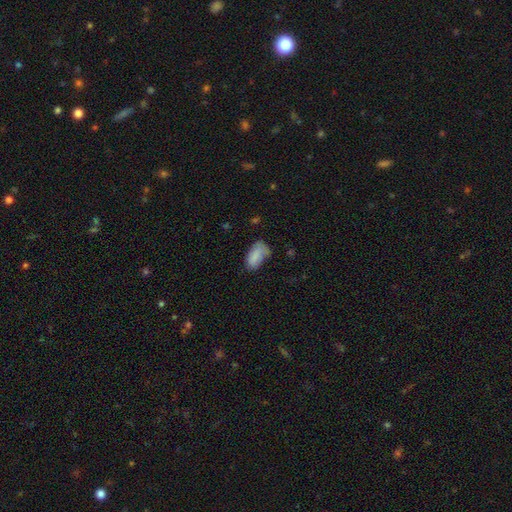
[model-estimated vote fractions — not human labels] A smooth galaxy with no disk features (84%) that is in between round and cigar-shaped (92%).

Vote fractions:
- Smooth or featured? smooth: 84% / featured or disk: 9% / star or artifact: 7%
- How rounded? in between: 92% / cigar-shaped: 4% / round: 3%
- Merging? none: 54% / minor disturbance: 33% / major disturbance: 10% / merger: 3%